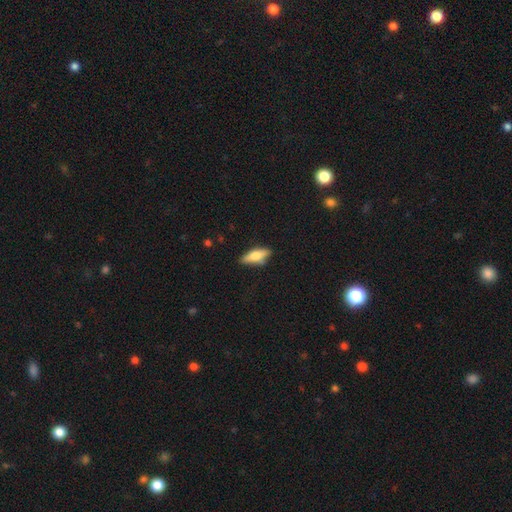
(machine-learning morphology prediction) This appears to be a smooth galaxy with no disk features (62%) that is in between round and cigar-shaped (62%). Merging: none (79%).